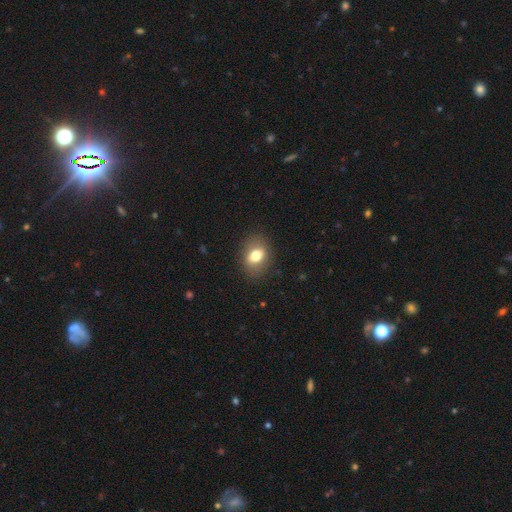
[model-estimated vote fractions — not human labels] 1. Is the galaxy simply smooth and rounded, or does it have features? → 74% smooth, 16% featured or disk, 9% star or artifact.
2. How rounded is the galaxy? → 70% in between, 29% round, 2% cigar-shaped.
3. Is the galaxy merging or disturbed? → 83% none, 12% minor disturbance, 4% major disturbance, 1% merger.